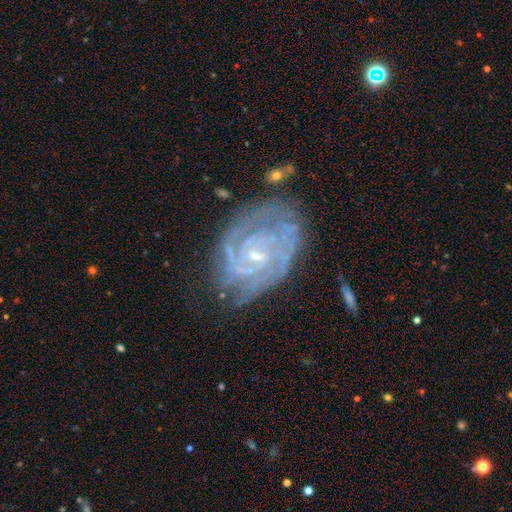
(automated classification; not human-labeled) A featured or disk galaxy (87%) with no bar (57%), 2 (33%) tight (69%) spiral arms (96%) and a small central bulge (78%). Merging: none (66%).